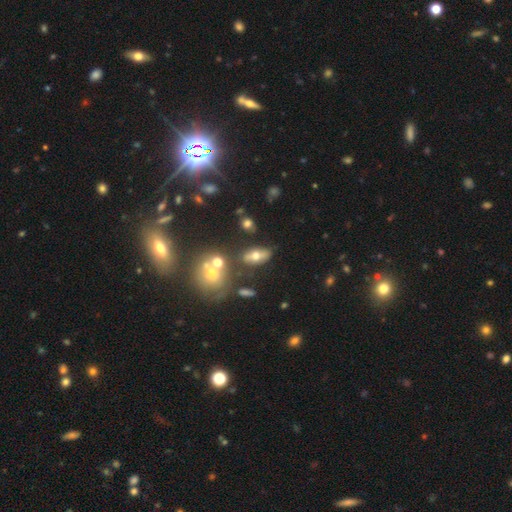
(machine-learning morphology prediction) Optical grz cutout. It shows a smooth galaxy with no disk features (57%) that is in between round and cigar-shaped (80%). Merging: none (69%).